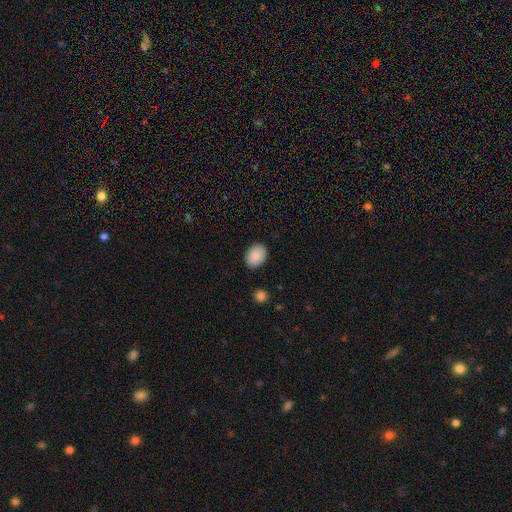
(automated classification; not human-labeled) A smooth galaxy with no disk features (90%) that is in between round and cigar-shaped (75%). Merging: none (87%).